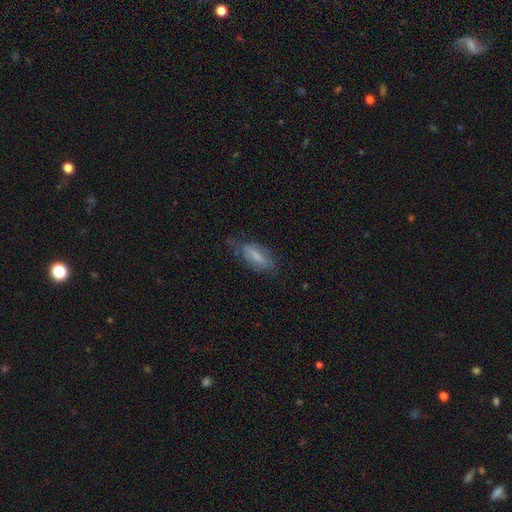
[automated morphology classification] Overall: smooth (61%; featured or disk 31%). How rounded: in between (66%; cigar-shaped 32%). Merging: none (60%; minor disturbance 28%).